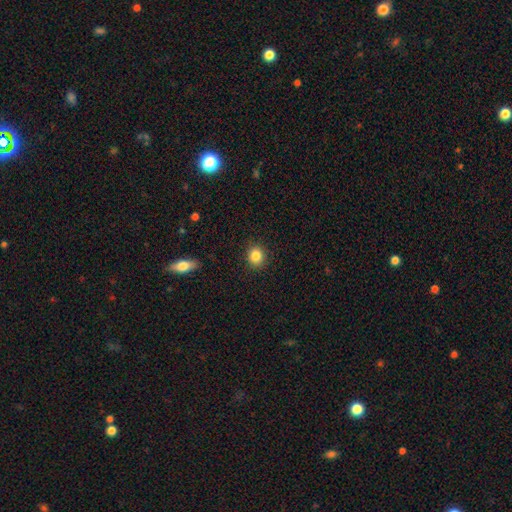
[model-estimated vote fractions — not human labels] Overall: smooth (85%). How rounded: round (77%). Merging: none (90%).